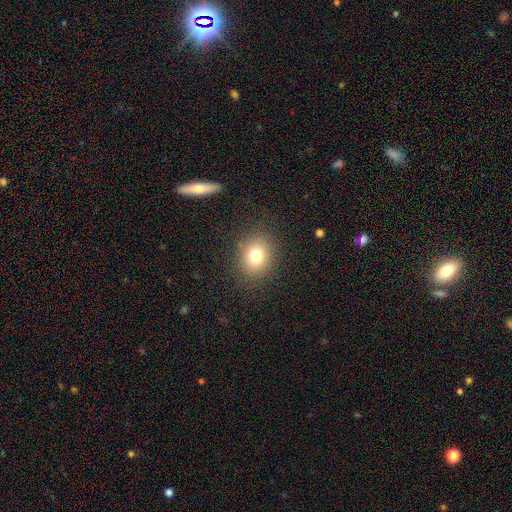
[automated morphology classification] smooth 76%, star or artifact 13%, featured or disk 11%. Down the decision tree: how rounded — round (60%); merging — none (86%).